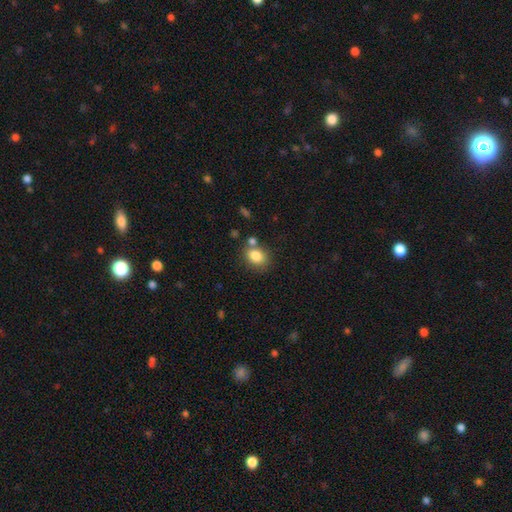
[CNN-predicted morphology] type=smooth (82%); roundness=in between (51%); merging=none (65%).